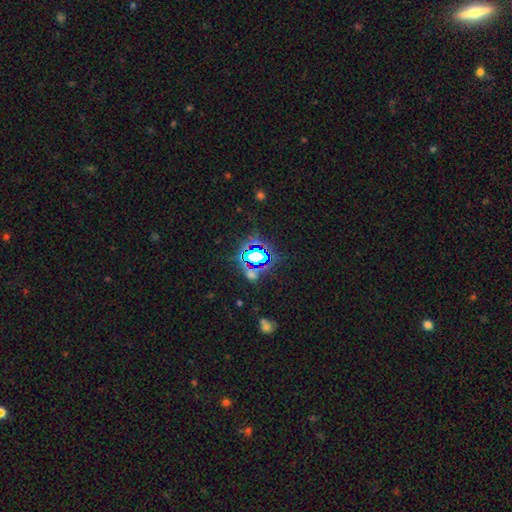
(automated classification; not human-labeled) This appears to be a star or artifact, not a galaxy (74%).